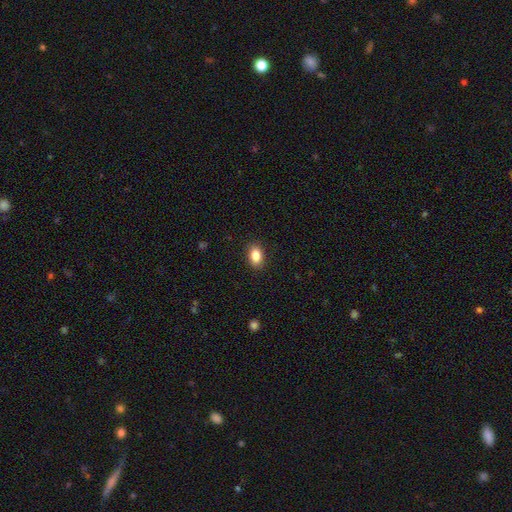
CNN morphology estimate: The model was most divided on "how rounded": in between: 87%, round: 11%, cigar-shaped: 2%. More confident: merging — none (89%); smooth or featured — smooth (86%).